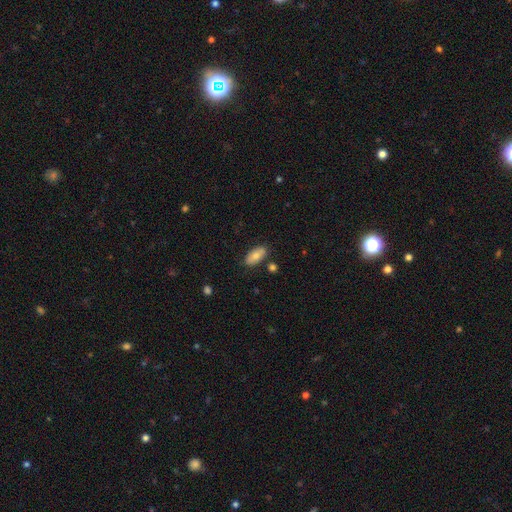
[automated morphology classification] Smooth or featured? smooth (77%)
How rounded? in between (91%)
Merging? none (82%)